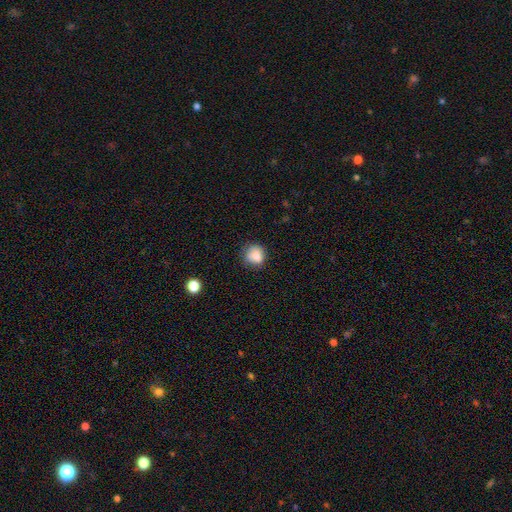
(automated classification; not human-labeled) The model was most divided on "merging": none: 65%, minor disturbance: 23%, major disturbance: 6%, merger: 6%. More confident: smooth or featured — smooth (81%); how rounded — round (76%).